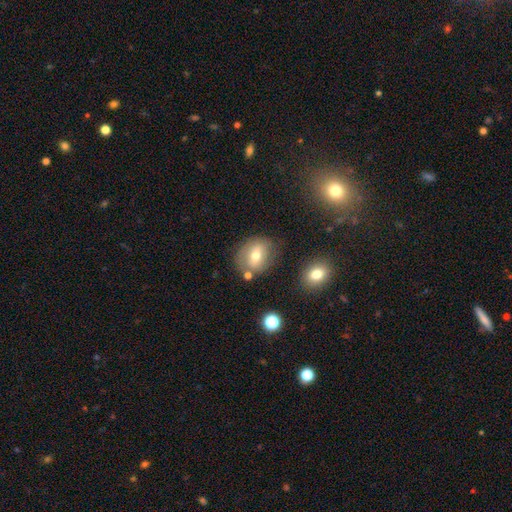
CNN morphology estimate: The model was most divided on "how rounded": in between: 50%, round: 49%, cigar-shaped: 1%. More confident: merging — none (69%); smooth or featured — smooth (64%).